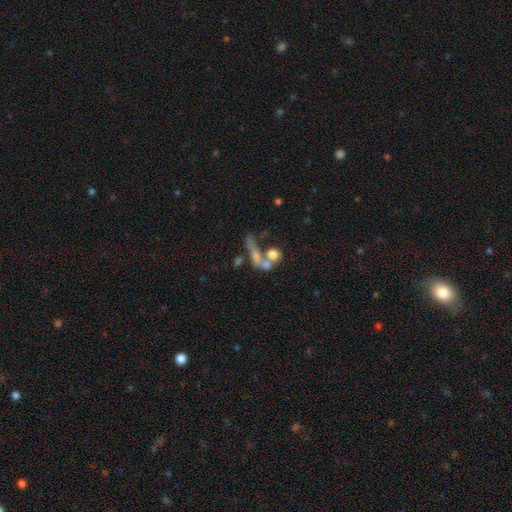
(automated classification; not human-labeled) smooth_or_featured: smooth (p=0.42) [alt: featured or disk p=0.41]
merging: merger (p=0.46) [alt: none p=0.26]